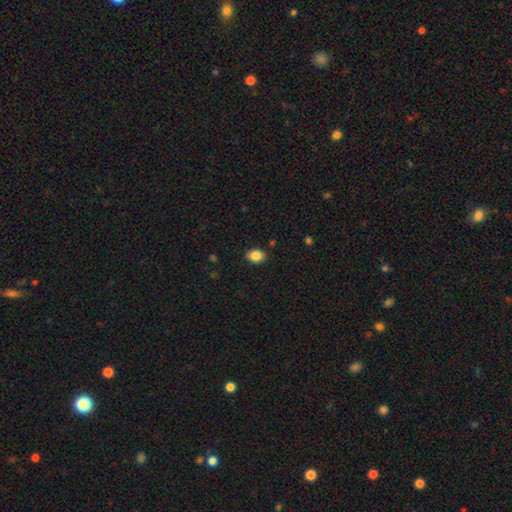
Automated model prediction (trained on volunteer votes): Overall: smooth (86%). How rounded: in between (65%; round 34%). Merging: none (88%).